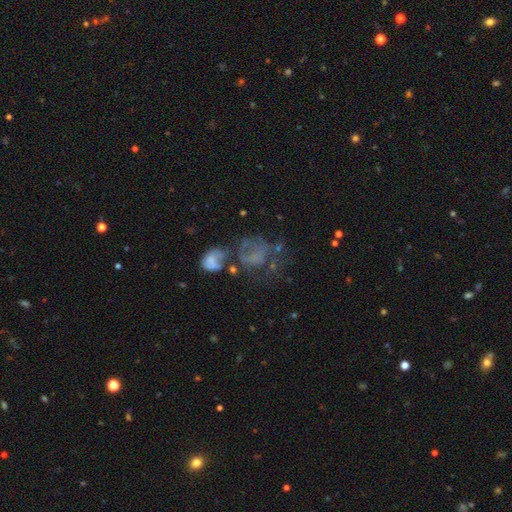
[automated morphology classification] smooth-or-featured: featured or disk: 51% | smooth: 28% | star or artifact: 21%
  disk-edge-on: no: 97% | yes: 3%
  merging: major disturbance: 35% | merger: 27% | none: 25% | minor disturbance: 14%